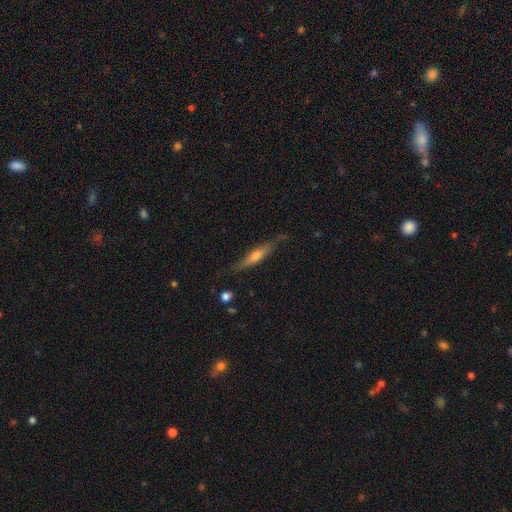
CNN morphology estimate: smooth_or_featured: featured or disk (p=0.57) [alt: smooth p=0.36]
disk_edge_on: yes (p=0.89) [alt: no p=0.11]
edge_on_bulge: rounded (p=0.74) [alt: none p=0.16]
merging: none (p=0.76) [alt: minor disturbance p=0.18]